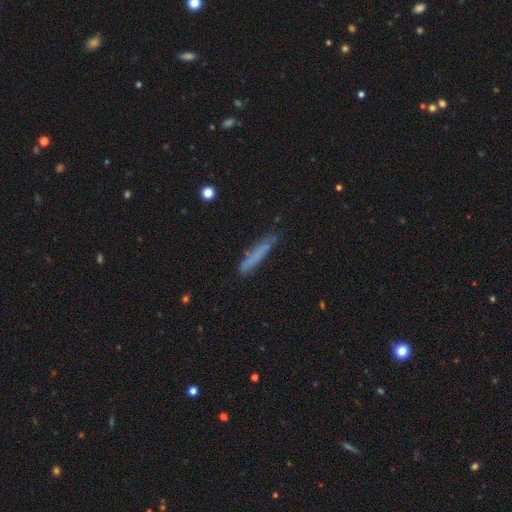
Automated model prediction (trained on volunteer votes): Q: Smooth or featured?
A: smooth (72%); runner-up: featured or disk (20%)
Q: How rounded?
A: cigar-shaped (94%); runner-up: in between (5%)
Q: Merging?
A: none (81%); runner-up: minor disturbance (15%)